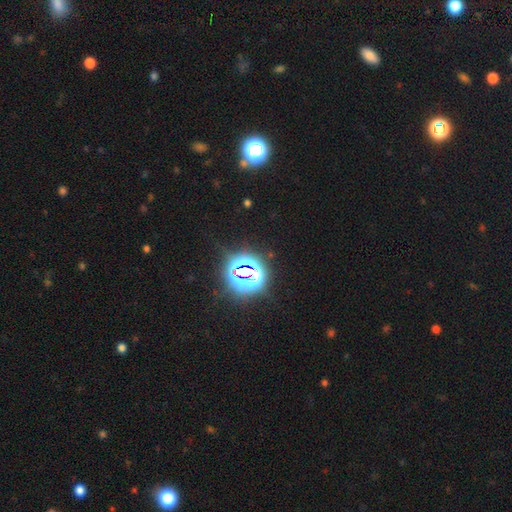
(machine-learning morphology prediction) A star or artifact, not a galaxy (84%).